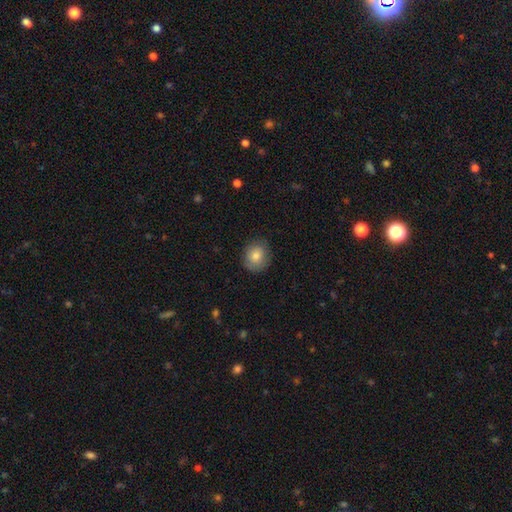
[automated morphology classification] A smooth galaxy with no disk features (81%) that is round (76%).

Vote fractions:
- Smooth or featured? smooth: 81% / featured or disk: 10% / star or artifact: 8%
- How rounded? round: 76% / in between: 23% / cigar-shaped: 1%
- Merging? none: 83% / minor disturbance: 14% / major disturbance: 3% / merger: 1%